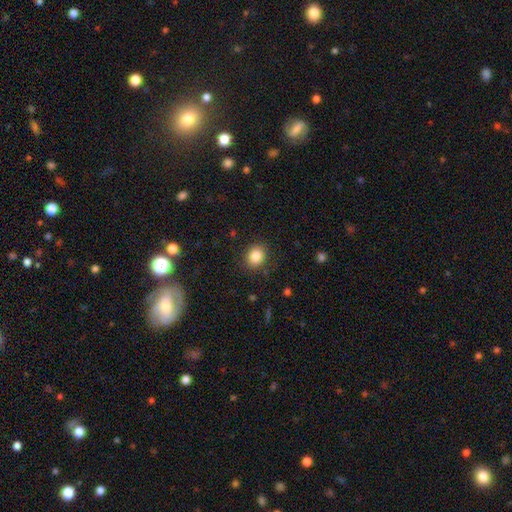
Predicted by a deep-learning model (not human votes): This is clearly a smooth galaxy (85%). How rounded: likely round (68%). Merging: clearly none (87%).